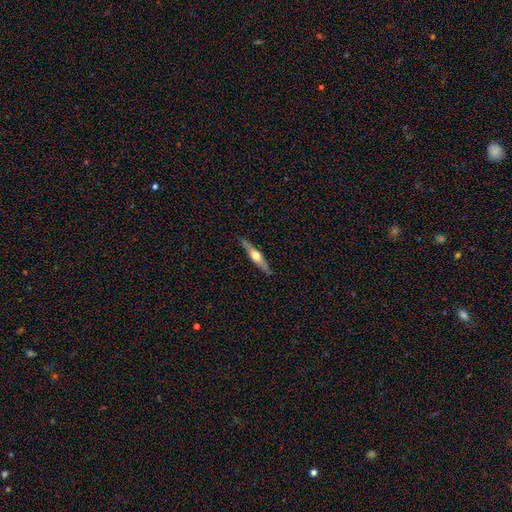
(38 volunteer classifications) Smooth or featured: featured or disk — 58% (smooth — 39%)
Edge-on disk: yes — 86% (no — 14%)
Edge-on bulge: rounded — 84% (boxy — 11%)
Merging: none — 92% (minor disturbance — 5%)